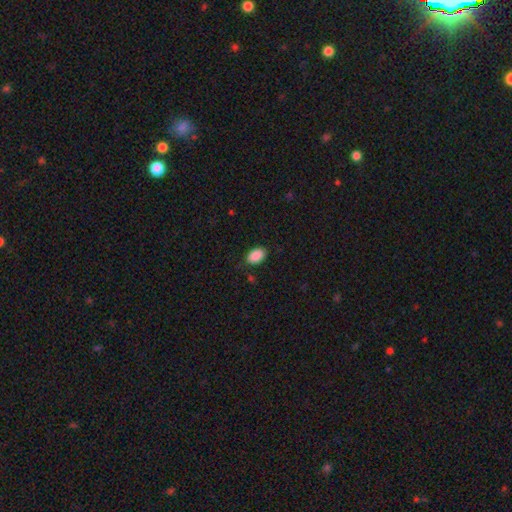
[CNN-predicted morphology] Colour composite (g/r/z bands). It shows a smooth galaxy with no disk features (90%) that is in between round and cigar-shaped (89%). Merging: none (83%).